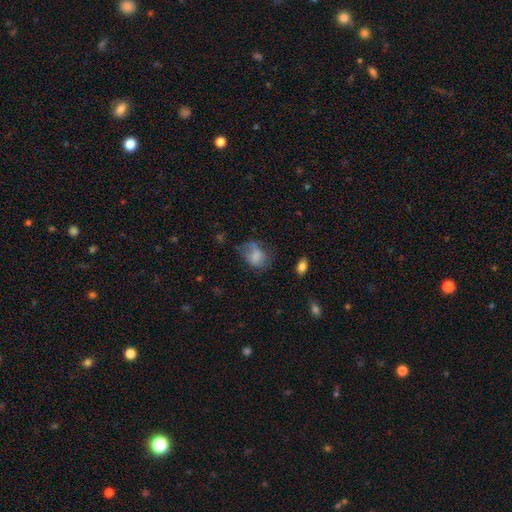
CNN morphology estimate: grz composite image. It shows a smooth galaxy with no disk features (74%) that is in between round and cigar-shaped (62%). Merging: none (43%).